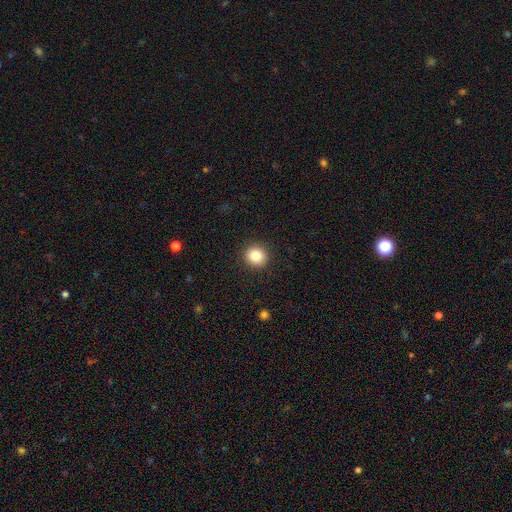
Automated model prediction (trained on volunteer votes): Smooth or featured? smooth (87%)
How rounded? round (91%)
Merging? none (92%)